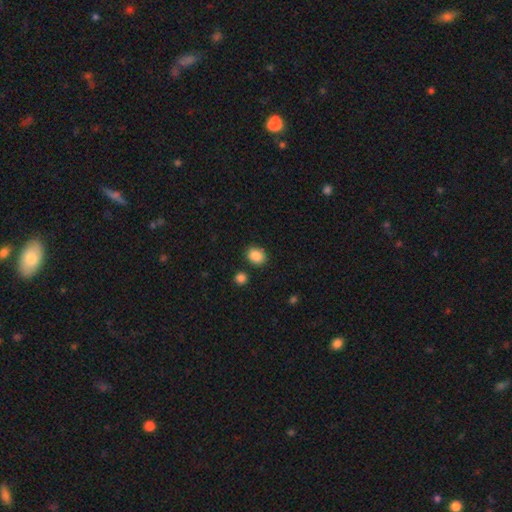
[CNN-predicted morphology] Smooth or featured? Predicted: smooth (p=0.87). How rounded? Predicted: in between (p=0.50). Merging? Predicted: none (p=0.83).